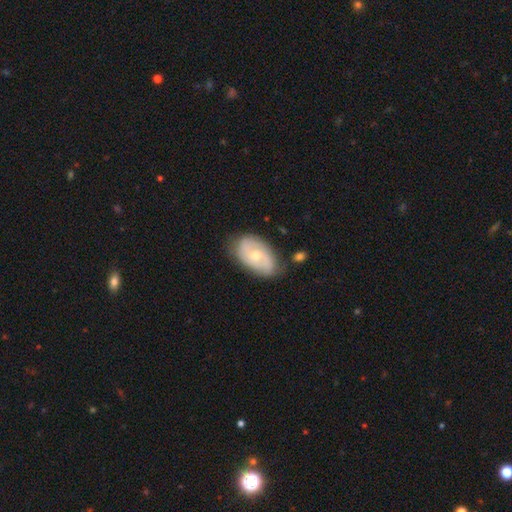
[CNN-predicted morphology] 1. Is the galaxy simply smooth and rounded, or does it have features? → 62% featured or disk, 32% smooth, 6% star or artifact.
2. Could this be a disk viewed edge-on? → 94% no, 6% yes.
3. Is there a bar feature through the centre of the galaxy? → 73% no, 23% weak, 4% strong.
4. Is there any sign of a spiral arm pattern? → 74% yes, 26% no.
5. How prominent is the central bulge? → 54% moderate, 43% small, 2% large, 1% none, 1% dominant.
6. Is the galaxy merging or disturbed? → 72% none, 21% minor disturbance, 5% major disturbance, 3% merger.